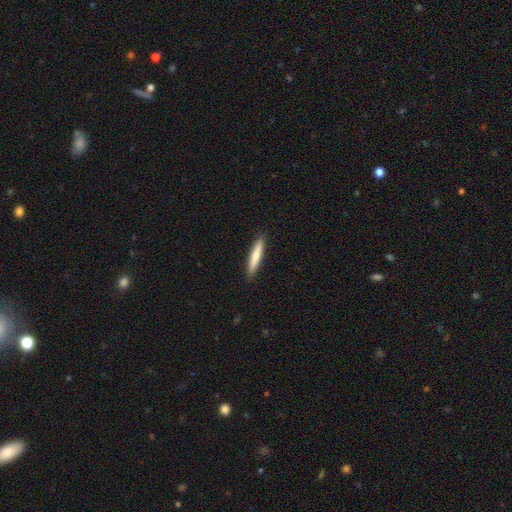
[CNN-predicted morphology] A smooth galaxy with no disk features (72%) that is cigar-shaped (92%).

Vote fractions:
- Smooth or featured? smooth: 72% / featured or disk: 23% / star or artifact: 5%
- How rounded? cigar-shaped: 92% / in between: 6% / round: 1%
- Merging? none: 92% / minor disturbance: 6% / major disturbance: 1% / merger: 1%